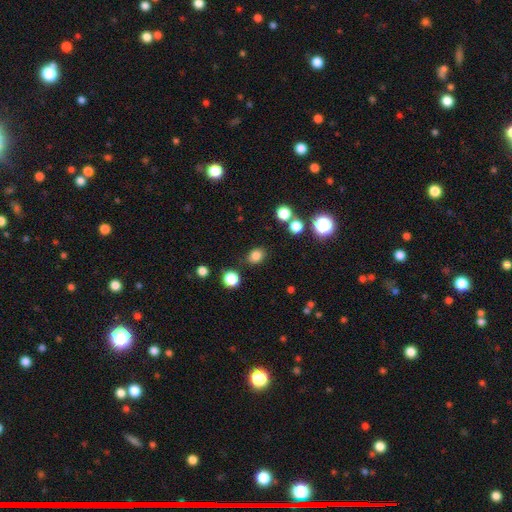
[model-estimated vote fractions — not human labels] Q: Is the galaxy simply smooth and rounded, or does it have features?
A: smooth — 82%.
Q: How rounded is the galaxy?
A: in between — 50%.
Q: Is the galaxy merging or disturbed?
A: none — 83%.